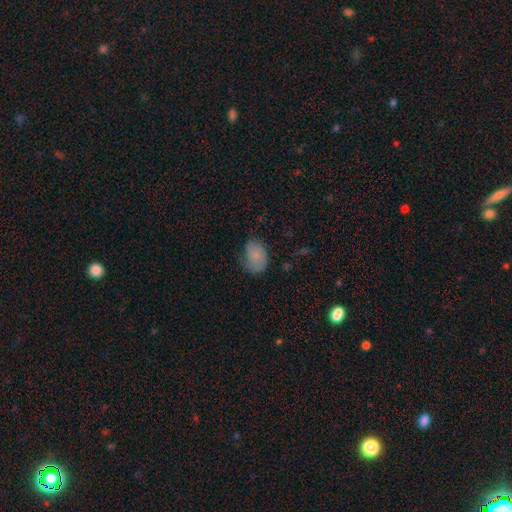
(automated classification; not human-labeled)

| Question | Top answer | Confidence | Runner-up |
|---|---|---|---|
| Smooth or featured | smooth | 69% | featured or disk (22%) |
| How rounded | in between | 75% | round (24%) |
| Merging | none | 53% | minor disturbance (33%) |